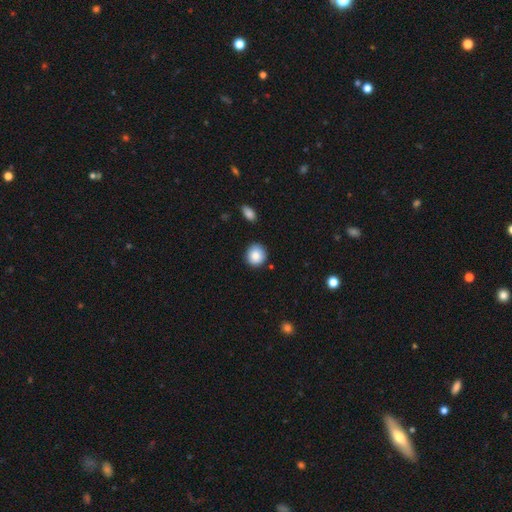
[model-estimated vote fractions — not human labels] A smooth galaxy with no disk features (87%) that is round (87%). Merging: none (86%).